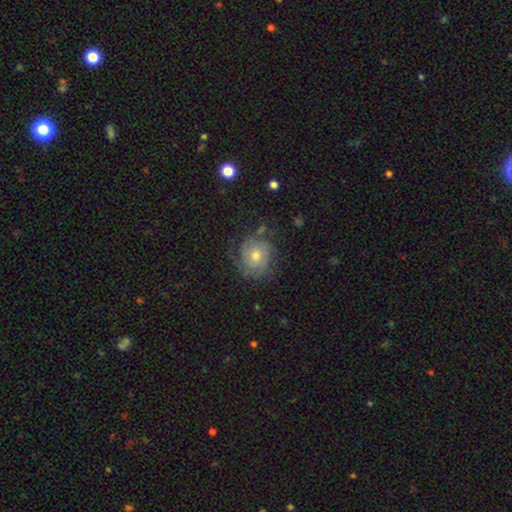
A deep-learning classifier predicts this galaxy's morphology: This appears to be a featured or disk galaxy (57%) with no bar (81%), spiral arms (82%) and a moderate central bulge (67%). Merging: none (68%).